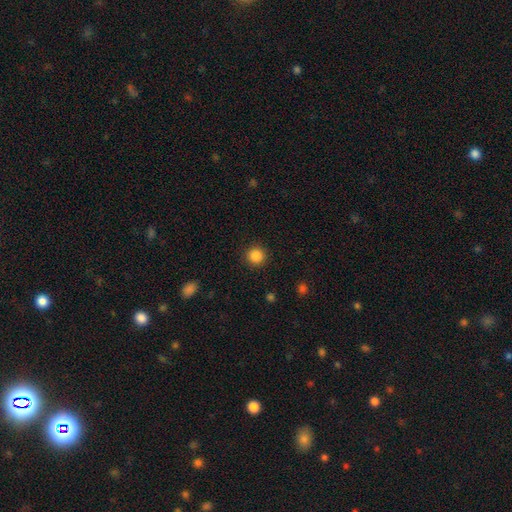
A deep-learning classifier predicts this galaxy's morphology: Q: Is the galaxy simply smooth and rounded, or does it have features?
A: smooth — 86%.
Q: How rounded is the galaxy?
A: round — 94%.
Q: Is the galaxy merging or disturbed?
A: none — 91%.